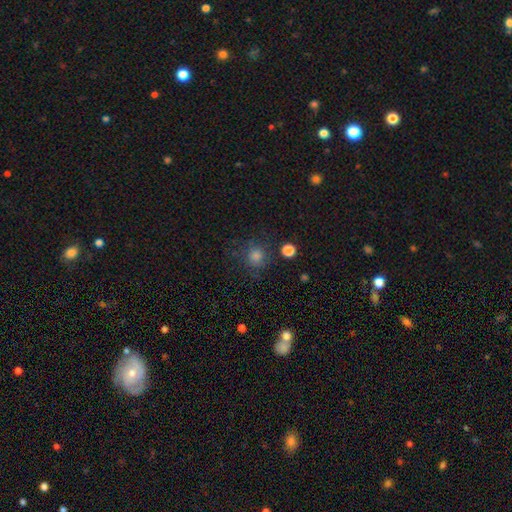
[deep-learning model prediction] Q: Smooth or featured?
A: smooth (72%); runner-up: star or artifact (21%)
Q: How rounded?
A: round (90%); runner-up: in between (9%)
Q: Merging?
A: none (80%); runner-up: minor disturbance (12%)